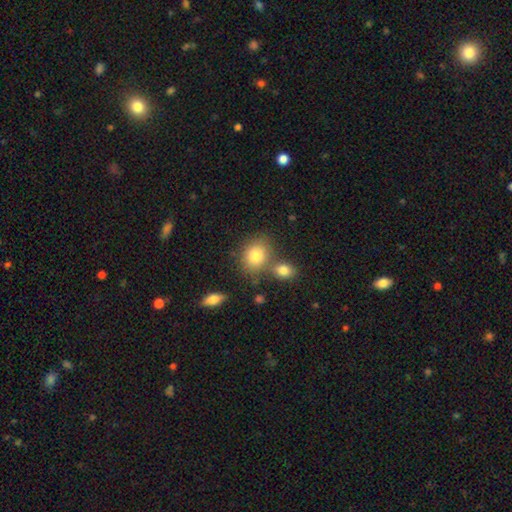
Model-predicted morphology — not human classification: A smooth galaxy with no disk features (80%) that is round (50%).

Vote fractions:
- Smooth or featured? smooth: 80% / featured or disk: 10% / star or artifact: 10%
- How rounded? round: 50% / in between: 49% / cigar-shaped: 1%
- Merging? none: 60% / merger: 25% / minor disturbance: 12% / major disturbance: 4%